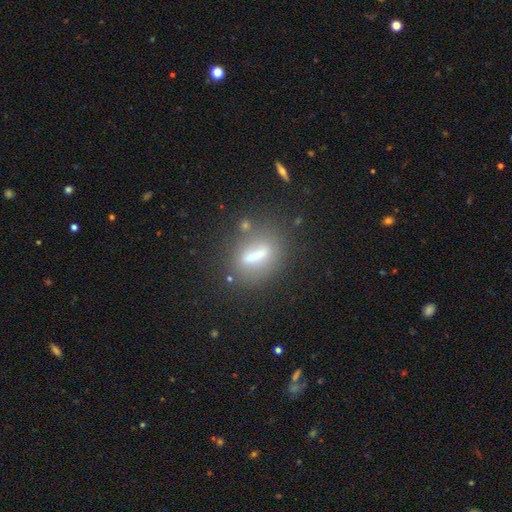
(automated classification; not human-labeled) smooth_or_featured: smooth (p=0.45) [alt: featured or disk p=0.40]
merging: none (p=0.72) [alt: minor disturbance p=0.13]